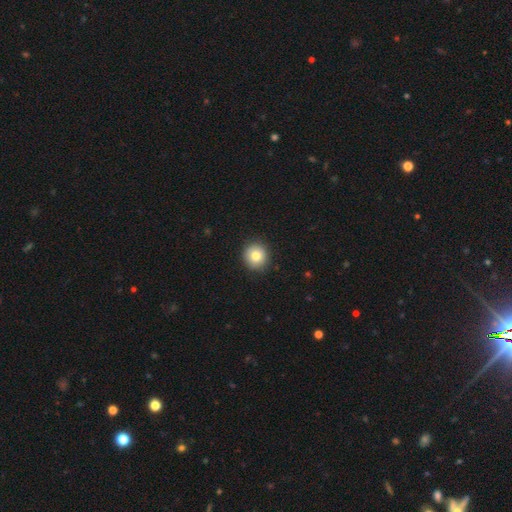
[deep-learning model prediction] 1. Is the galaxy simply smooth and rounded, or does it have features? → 80% smooth, 11% featured or disk, 9% star or artifact.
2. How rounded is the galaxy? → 93% round, 6% in between, 1% cigar-shaped.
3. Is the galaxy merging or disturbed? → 90% none, 7% minor disturbance, 2% major disturbance, 1% merger.